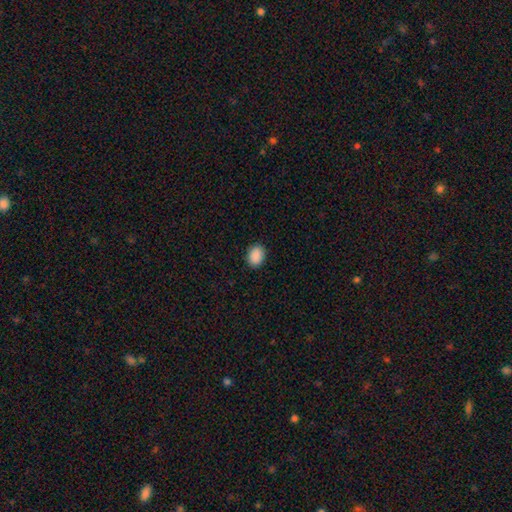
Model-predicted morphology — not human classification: A smooth galaxy with no disk features (90%) that is in between round and cigar-shaped (72%).

Vote fractions:
- Smooth or featured? smooth: 90% / star or artifact: 8% / featured or disk: 2%
- How rounded? in between: 72% / round: 27% / cigar-shaped: 1%
- Merging? none: 89% / minor disturbance: 8% / major disturbance: 2% / merger: 1%